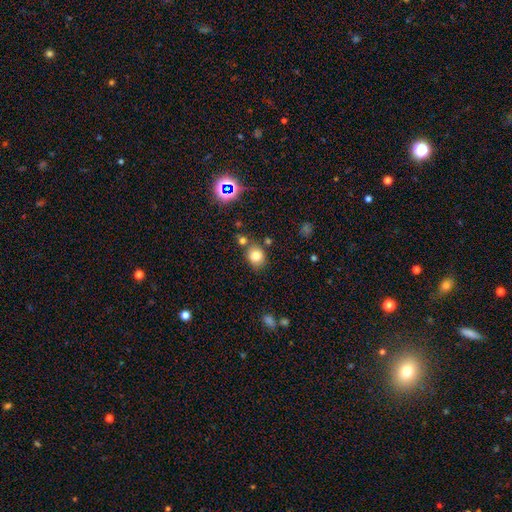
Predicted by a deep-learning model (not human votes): This is likely a smooth galaxy (78%). How rounded: likely round (60%). Merging: likely none (72%).